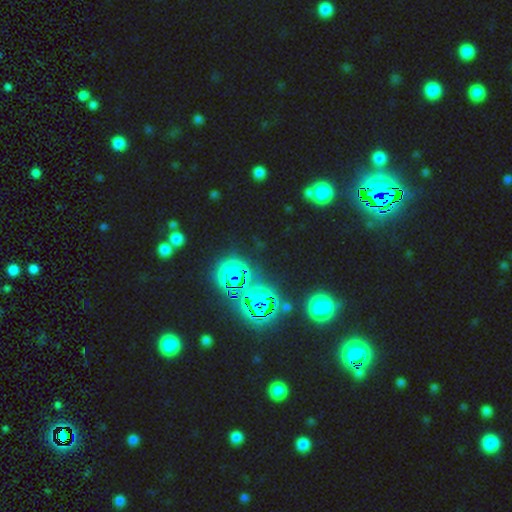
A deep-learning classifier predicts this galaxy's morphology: star or artifact 77%, smooth 15%, featured or disk 7%.